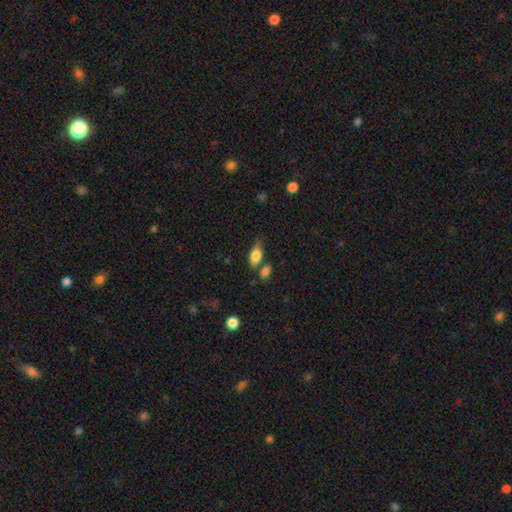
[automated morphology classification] Smooth or featured?
  - smooth: 79% *
  - featured or disk: 14%
  - star or artifact: 7%
How rounded?
  - in between: 84% *
  - cigar-shaped: 11%
  - round: 5%
Merging?
  - none: 60% *
  - minor disturbance: 19%
  - merger: 16%
  - major disturbance: 5%